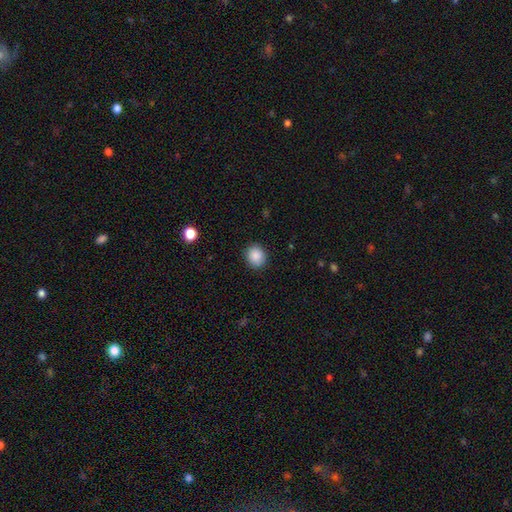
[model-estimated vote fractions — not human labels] Smooth or featured: smooth — 88% (star or artifact — 9%)
How rounded: round — 76% (in between — 23%)
Merging: none — 90% (minor disturbance — 7%)